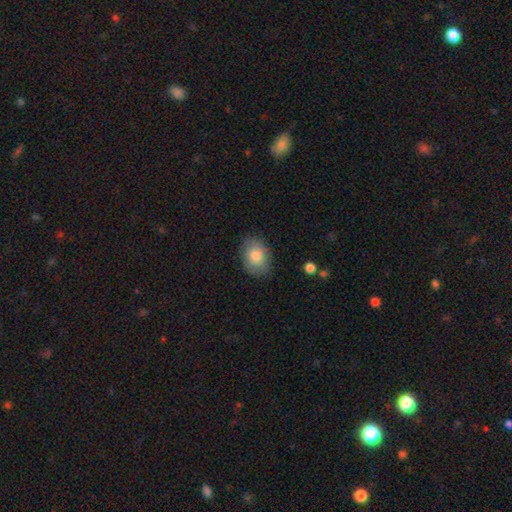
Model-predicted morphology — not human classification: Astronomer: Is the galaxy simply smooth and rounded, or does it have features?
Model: smooth — 81%.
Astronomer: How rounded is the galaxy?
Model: in between — 75%.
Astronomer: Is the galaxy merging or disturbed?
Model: none — 82%.